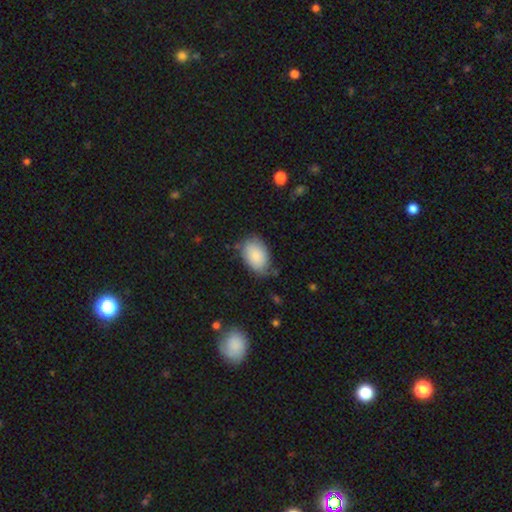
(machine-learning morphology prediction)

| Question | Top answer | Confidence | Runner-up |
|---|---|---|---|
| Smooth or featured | smooth | 83% | featured or disk (11%) |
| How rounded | in between | 88% | round (11%) |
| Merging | none | 63% | minor disturbance (28%) |